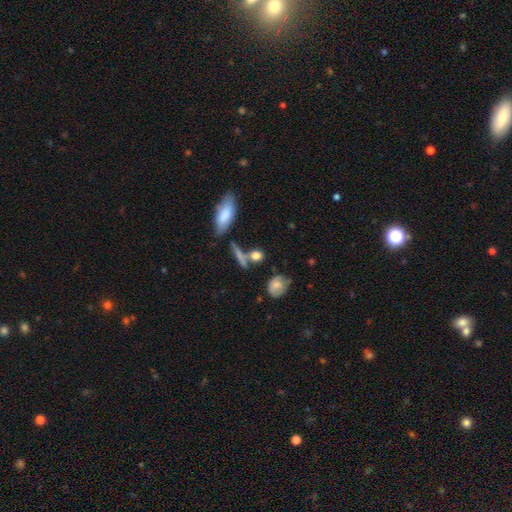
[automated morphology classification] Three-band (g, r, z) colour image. It shows a smooth galaxy with no disk features (72%) that is round (41%). Merging: none (54%).